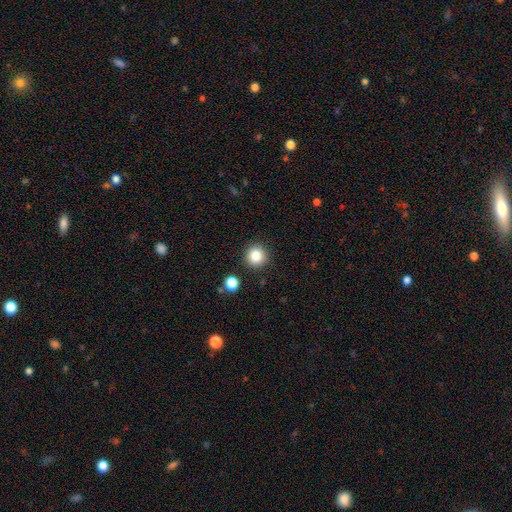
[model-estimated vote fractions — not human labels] A smooth galaxy with no disk features (84%) that is round (94%).

Vote fractions:
- Smooth or featured? smooth: 84% / star or artifact: 11% / featured or disk: 5%
- How rounded? round: 94% / in between: 5% / cigar-shaped: 1%
- Merging? none: 89% / minor disturbance: 6% / merger: 2% / major disturbance: 2%